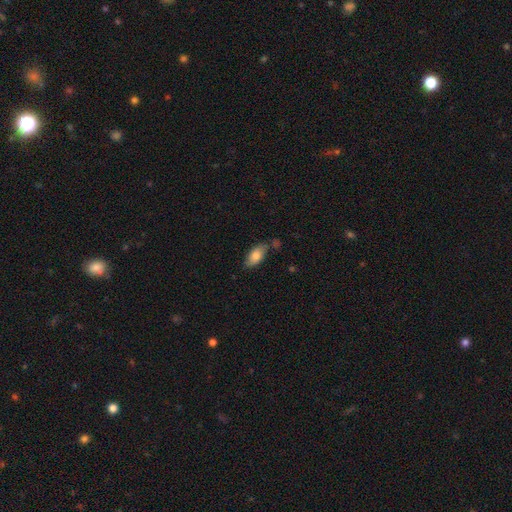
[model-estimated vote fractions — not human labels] This appears to be a smooth galaxy with no disk features (77%) that is in between round and cigar-shaped (88%). Merging: none (69%).